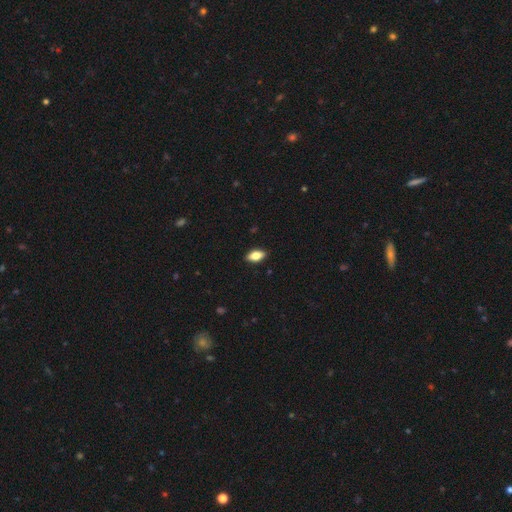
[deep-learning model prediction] Q: Smooth or featured?
A: smooth (78%); runner-up: featured or disk (15%)
Q: How rounded?
A: in between (89%); runner-up: cigar-shaped (7%)
Q: Merging?
A: none (90%); runner-up: minor disturbance (8%)